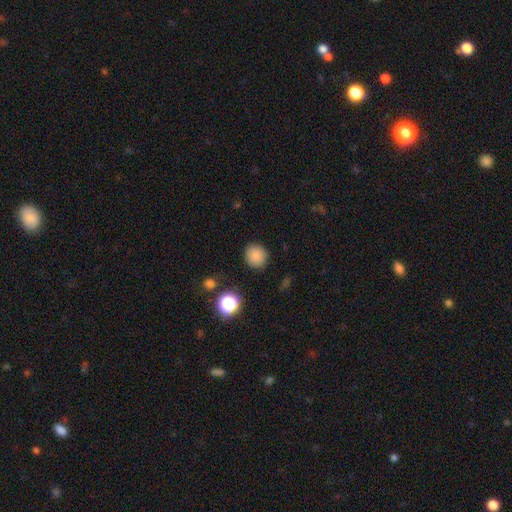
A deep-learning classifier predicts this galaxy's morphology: This is clearly a smooth galaxy (84%). How rounded: clearly round (86%). Merging: clearly none (87%).